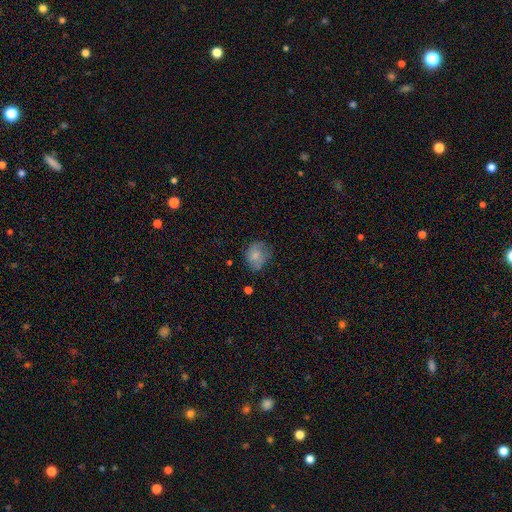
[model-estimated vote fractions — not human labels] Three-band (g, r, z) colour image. It shows a smooth galaxy with no disk features (77%) that is round (63%). Merging: none (60%).